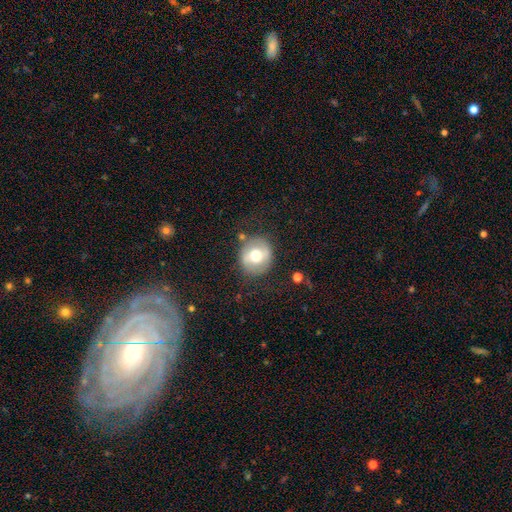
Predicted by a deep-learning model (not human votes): Overall: smooth (59%; featured or disk 33%). How rounded: round (85%). Merging: none (79%).